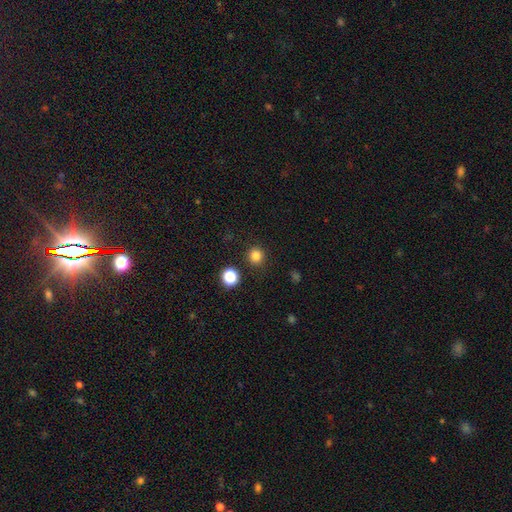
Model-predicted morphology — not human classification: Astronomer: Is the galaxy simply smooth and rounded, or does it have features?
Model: smooth — 83%.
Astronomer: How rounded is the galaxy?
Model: round — 94%.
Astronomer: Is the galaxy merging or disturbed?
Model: none — 90%.